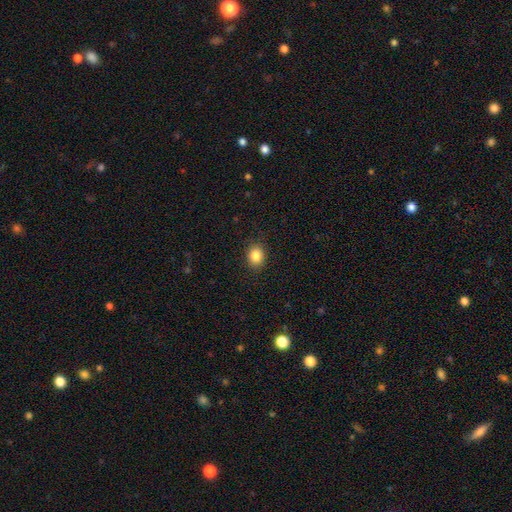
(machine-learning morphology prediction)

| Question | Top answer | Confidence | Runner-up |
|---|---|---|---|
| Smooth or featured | smooth | 85% | star or artifact (10%) |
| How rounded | round | 56% | in between (43%) |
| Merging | none | 88% | minor disturbance (8%) |